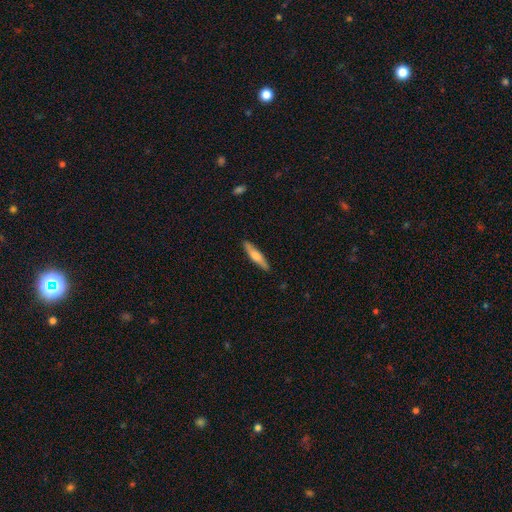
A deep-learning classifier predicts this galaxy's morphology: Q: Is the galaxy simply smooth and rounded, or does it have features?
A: smooth — 58%.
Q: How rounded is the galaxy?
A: cigar-shaped — 85%.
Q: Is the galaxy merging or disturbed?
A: none — 88%.